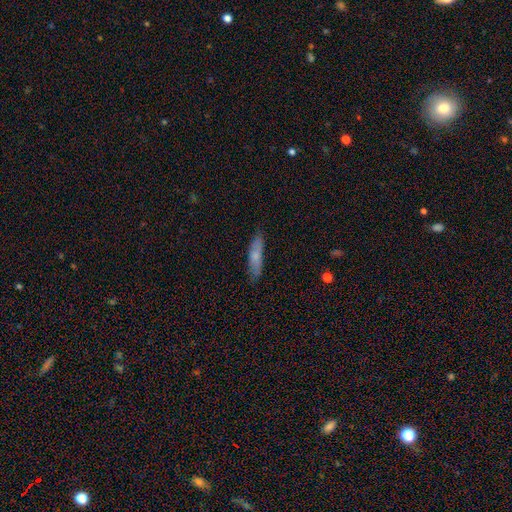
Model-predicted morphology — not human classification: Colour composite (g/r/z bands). It shows a smooth galaxy with no disk features (70%) that is cigar-shaped (72%). Merging: none (80%).